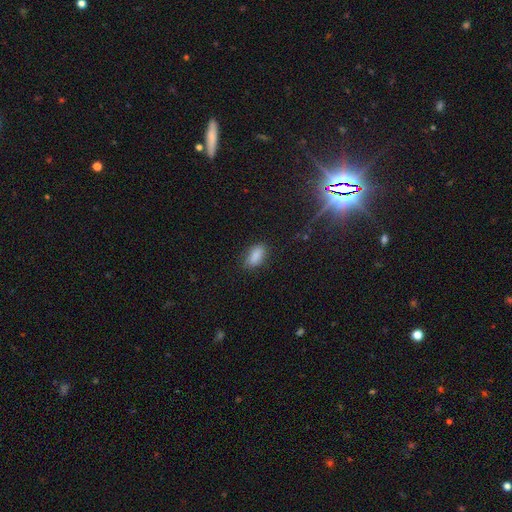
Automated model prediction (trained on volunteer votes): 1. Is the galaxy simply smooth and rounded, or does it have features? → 86% smooth, 9% star or artifact, 5% featured or disk.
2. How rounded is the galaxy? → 91% in between, 5% cigar-shaped, 4% round.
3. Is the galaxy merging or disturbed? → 80% none, 15% minor disturbance, 4% major disturbance, 1% merger.